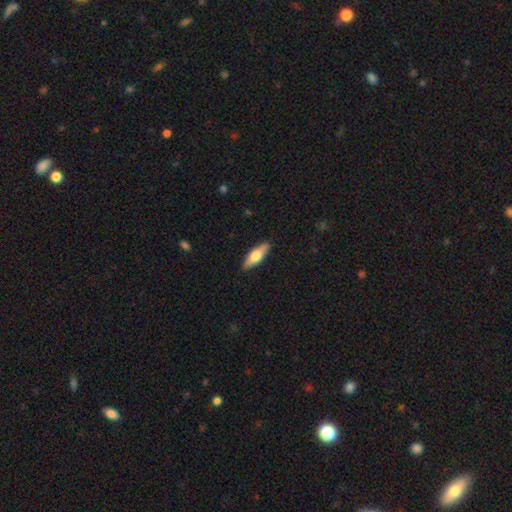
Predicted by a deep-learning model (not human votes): This appears to be a smooth galaxy with no disk features (59%) that is in between round and cigar-shaped (56%). Merging: none (89%).